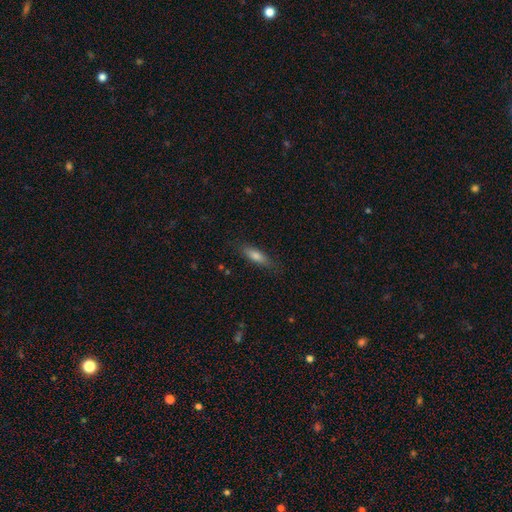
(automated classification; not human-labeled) Morphology: type=smooth (73%); roundness=cigar-shaped (55%); merging=none (80%).